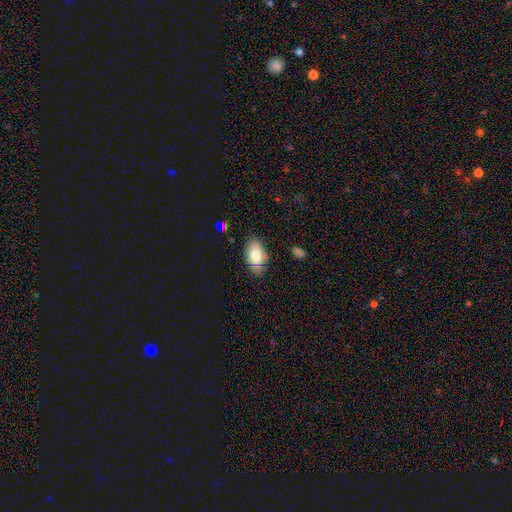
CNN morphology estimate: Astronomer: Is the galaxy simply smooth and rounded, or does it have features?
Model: smooth — 78%.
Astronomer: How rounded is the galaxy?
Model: in between — 89%.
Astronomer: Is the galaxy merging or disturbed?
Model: none — 75%.